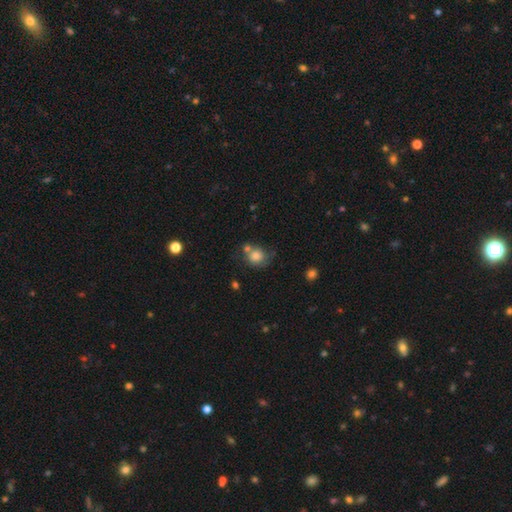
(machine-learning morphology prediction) smooth-or-featured: smooth: 77% | featured or disk: 13% | star or artifact: 10%
  how-rounded: round: 77% | in between: 22% | cigar-shaped: 1%
  merging: none: 45% | merger: 27% | minor disturbance: 19% | major disturbance: 9%